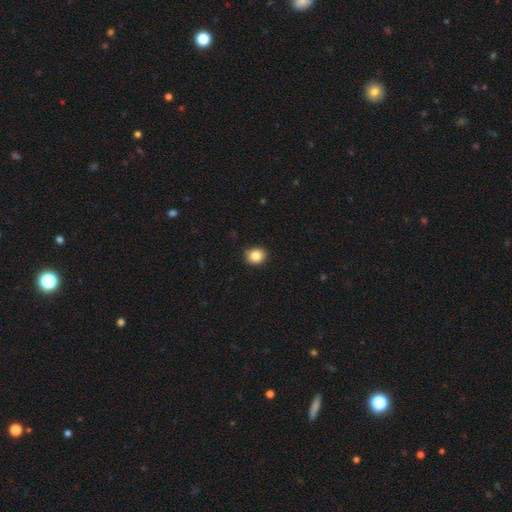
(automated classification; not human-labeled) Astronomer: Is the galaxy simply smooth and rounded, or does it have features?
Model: smooth — 85%.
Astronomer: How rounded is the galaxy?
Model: round — 72%.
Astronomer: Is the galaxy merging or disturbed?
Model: none — 89%.